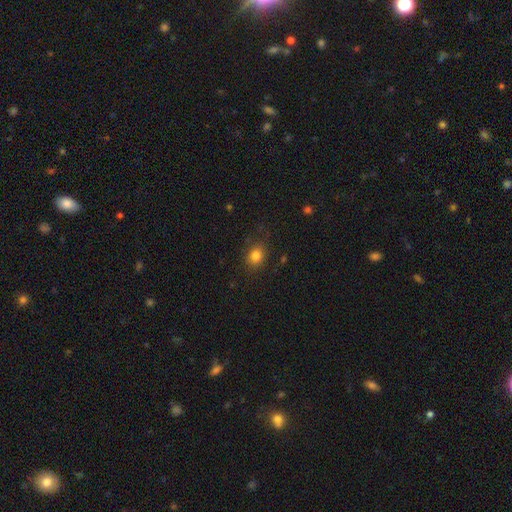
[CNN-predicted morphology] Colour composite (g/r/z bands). It shows a smooth galaxy with no disk features (82%) that is in between round and cigar-shaped (51%). Merging: none (80%).